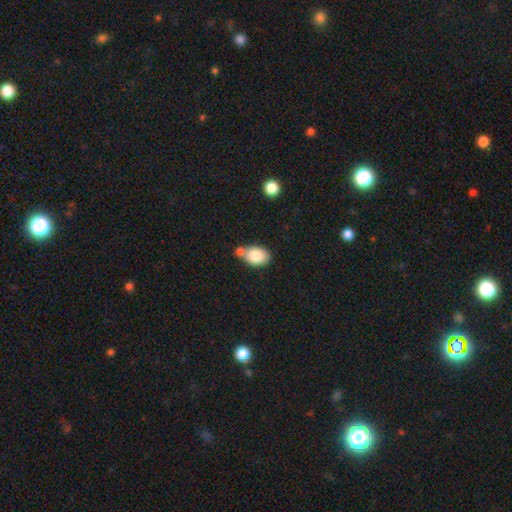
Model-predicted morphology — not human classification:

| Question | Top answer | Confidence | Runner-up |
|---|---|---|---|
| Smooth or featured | smooth | 83% | featured or disk (10%) |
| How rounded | in between | 82% | round (17%) |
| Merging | none | 48% | merger (33%) |